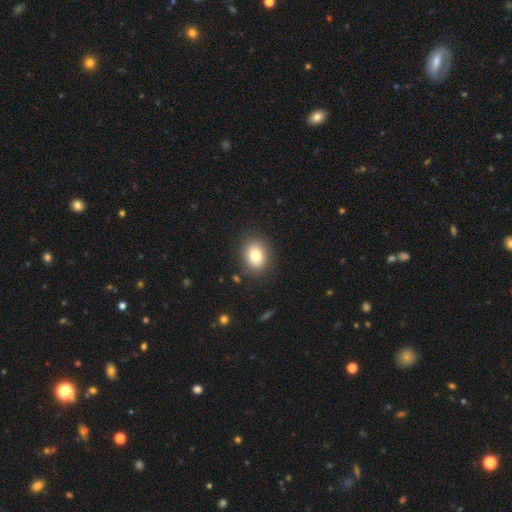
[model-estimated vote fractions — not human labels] Smooth or featured? Predicted: smooth (p=0.80). How rounded? Predicted: in between (p=0.51). Merging? Predicted: none (p=0.86).